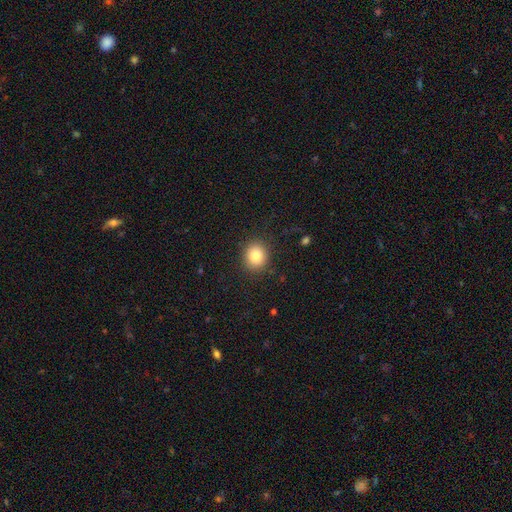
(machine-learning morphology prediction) Smooth or featured? smooth (83%)
How rounded? round (80%)
Merging? none (89%)